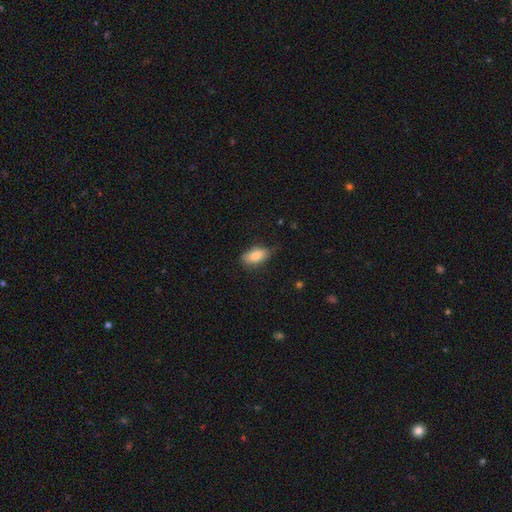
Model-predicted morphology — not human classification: The model was most divided on "merging": none: 64%, minor disturbance: 28%, major disturbance: 6%, merger: 1%. More confident: how rounded — in between (90%); smooth or featured — smooth (84%).